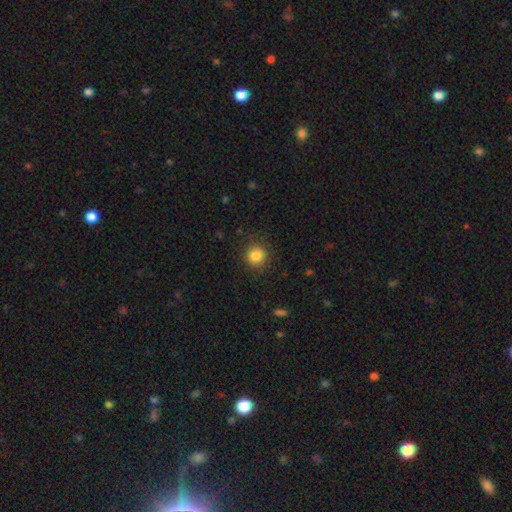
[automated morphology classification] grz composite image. It shows a smooth galaxy with no disk features (85%) that is round (90%). Merging: none (87%).